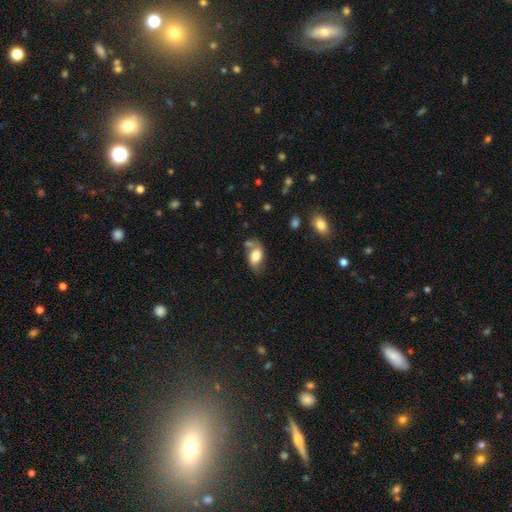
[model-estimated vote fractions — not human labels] Morphology: type=smooth (75%); roundness=in between (90%); merging=none (51%).